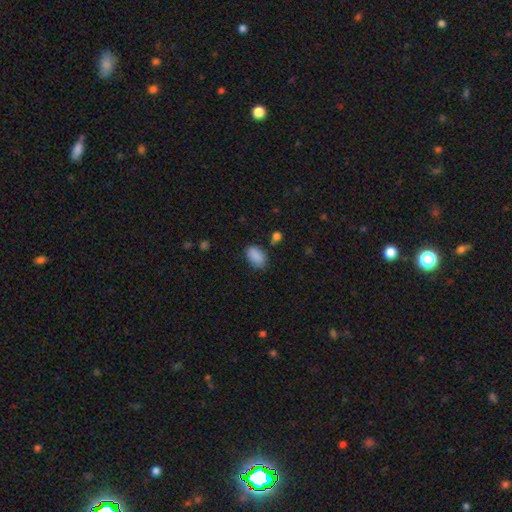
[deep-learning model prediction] The model was most divided on "merging": none: 78%, minor disturbance: 16%, major disturbance: 4%, merger: 3%. More confident: how rounded — in between (91%); smooth or featured — smooth (88%).